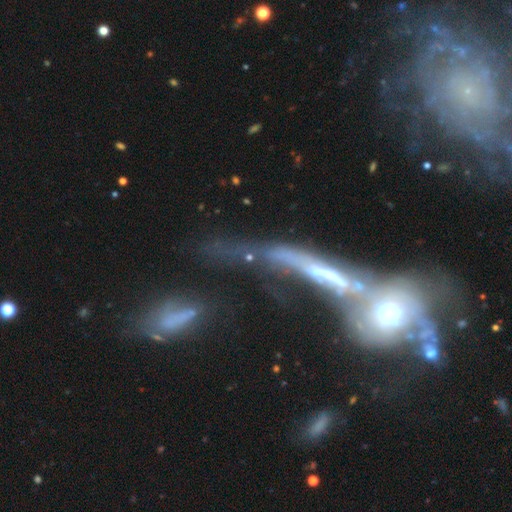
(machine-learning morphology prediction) smooth_or_featured: featured or disk (p=0.61) [alt: smooth p=0.22]
disk_edge_on: no (p=0.61) [alt: yes p=0.39]
merging: merger (p=0.39) [alt: none p=0.27]